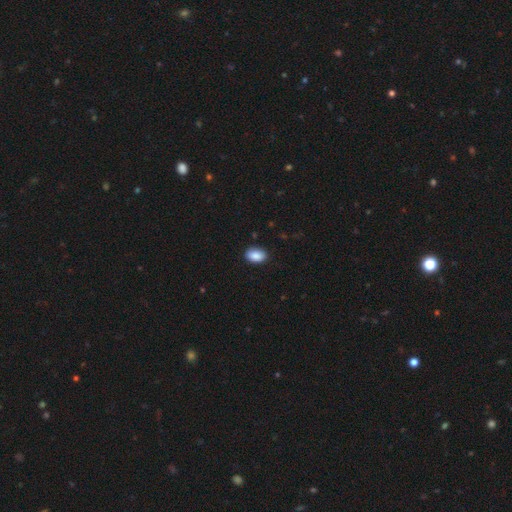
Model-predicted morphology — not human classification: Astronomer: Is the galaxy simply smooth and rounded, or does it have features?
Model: smooth — 89%.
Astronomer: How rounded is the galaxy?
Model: in between — 88%.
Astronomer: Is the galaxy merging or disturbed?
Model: none — 87%.